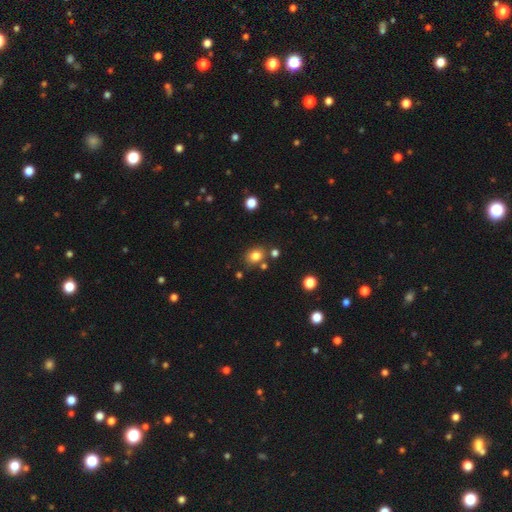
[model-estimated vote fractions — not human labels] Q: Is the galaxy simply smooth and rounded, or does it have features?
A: smooth — 80%.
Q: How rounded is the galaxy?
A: round — 56%.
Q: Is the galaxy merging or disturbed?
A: none — 76%.